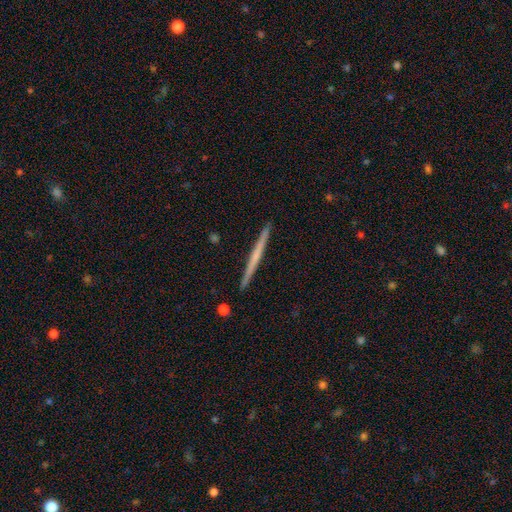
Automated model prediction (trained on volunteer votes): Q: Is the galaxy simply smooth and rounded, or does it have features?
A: featured or disk — 58%.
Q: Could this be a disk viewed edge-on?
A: yes — 98%.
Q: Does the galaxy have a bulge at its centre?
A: none — 78%.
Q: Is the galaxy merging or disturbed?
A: none — 92%.